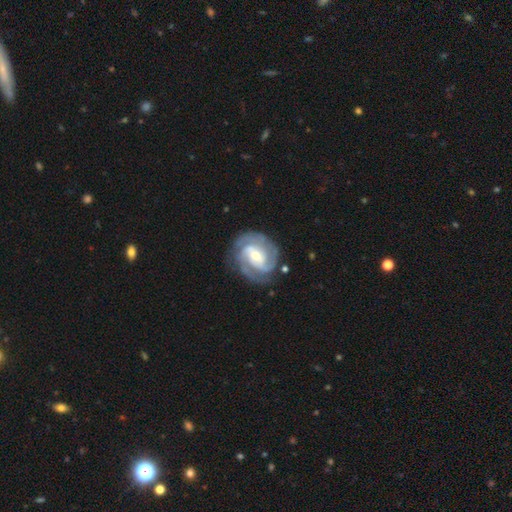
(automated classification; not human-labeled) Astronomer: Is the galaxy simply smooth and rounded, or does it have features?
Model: featured or disk — 90%.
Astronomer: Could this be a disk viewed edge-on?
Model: no — 98%.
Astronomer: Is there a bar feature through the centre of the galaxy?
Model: weak — 45% (runner-up: no, 34%).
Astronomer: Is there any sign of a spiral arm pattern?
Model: yes — 97%.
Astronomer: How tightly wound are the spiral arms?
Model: tight — 58% (runner-up: medium, 35%).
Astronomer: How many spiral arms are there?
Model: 3 — 42% (runner-up: 2, 28%).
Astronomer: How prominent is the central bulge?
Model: moderate — 54% (runner-up: small, 40%).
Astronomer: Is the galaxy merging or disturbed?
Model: none — 78%.